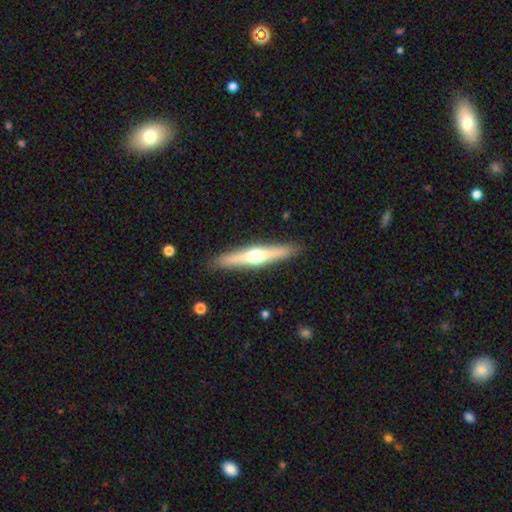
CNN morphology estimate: smooth_or_featured: featured or disk (p=0.60) [alt: smooth p=0.35]
disk_edge_on: yes (p=0.96) [alt: no p=0.04]
edge_on_bulge: rounded (p=0.93) [alt: none p=0.04]
merging: none (p=0.90) [alt: minor disturbance p=0.07]